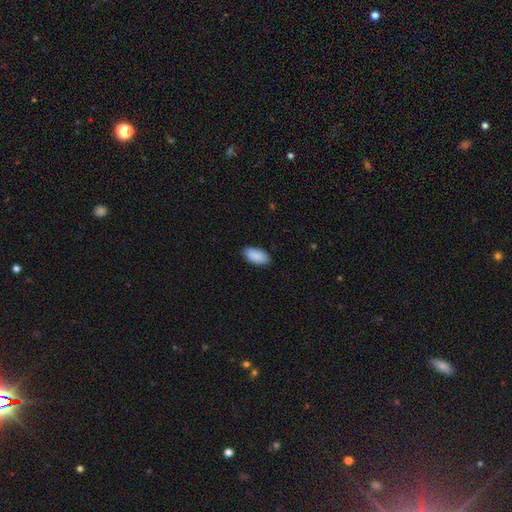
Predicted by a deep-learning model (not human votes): Smooth or featured? Predicted: smooth (p=0.91). How rounded? Predicted: in between (p=0.94). Merging? Predicted: none (p=0.85).